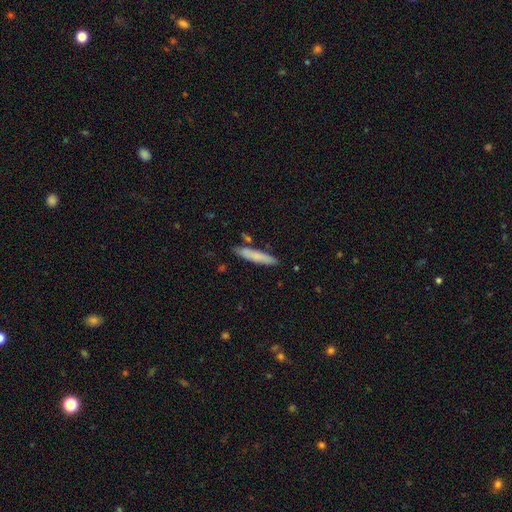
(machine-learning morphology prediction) This appears to be a smooth galaxy with no disk features (74%) that is cigar-shaped (90%). Merging: none (81%).